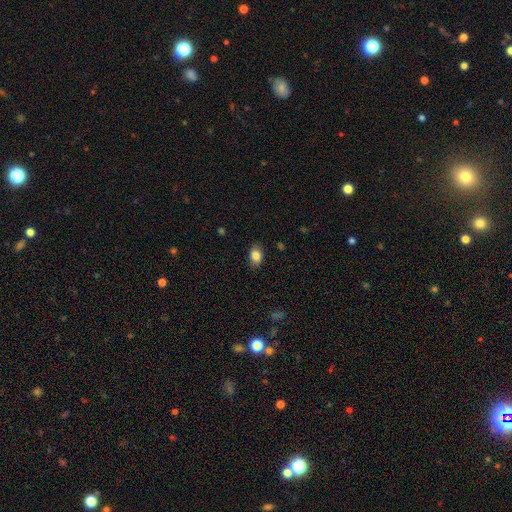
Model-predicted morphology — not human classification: Q: Smooth or featured?
A: smooth (85%); runner-up: star or artifact (8%)
Q: How rounded?
A: in between (77%); runner-up: round (22%)
Q: Merging?
A: none (85%); runner-up: minor disturbance (12%)